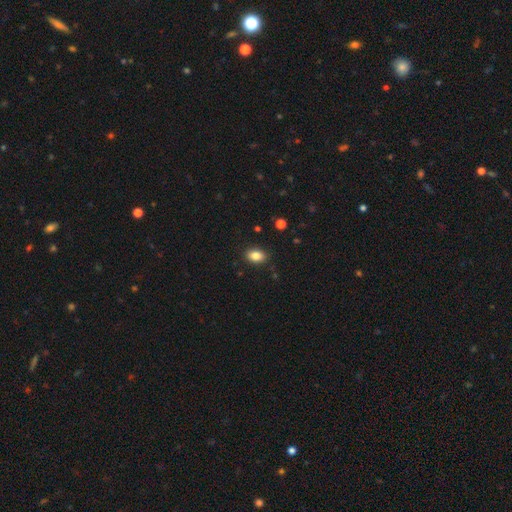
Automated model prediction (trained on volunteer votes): This is clearly a smooth galaxy (85%). How rounded: clearly in between (81%). Merging: clearly none (87%).